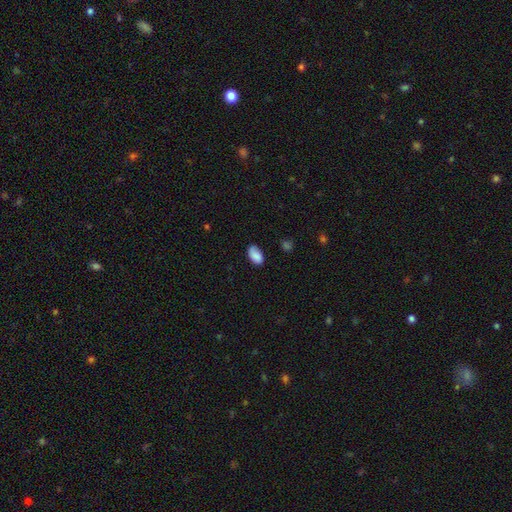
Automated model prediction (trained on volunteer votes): This appears to be a smooth galaxy with no disk features (86%) that is in between round and cigar-shaped (94%). Merging: none (72%).